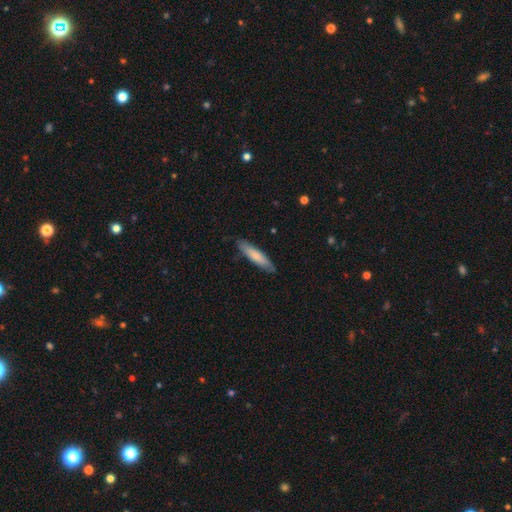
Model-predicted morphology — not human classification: smooth 74%, featured or disk 21%, star or artifact 5%. Down the decision tree: how rounded — cigar-shaped (81%); merging — none (84%).